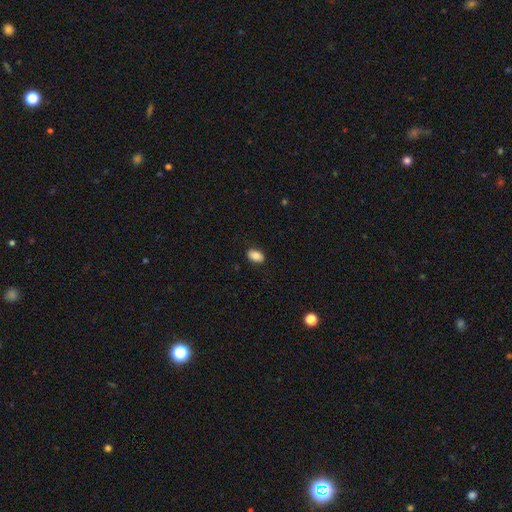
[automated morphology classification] This is clearly a smooth galaxy (84%). How rounded: clearly in between (90%). Merging: clearly none (87%).